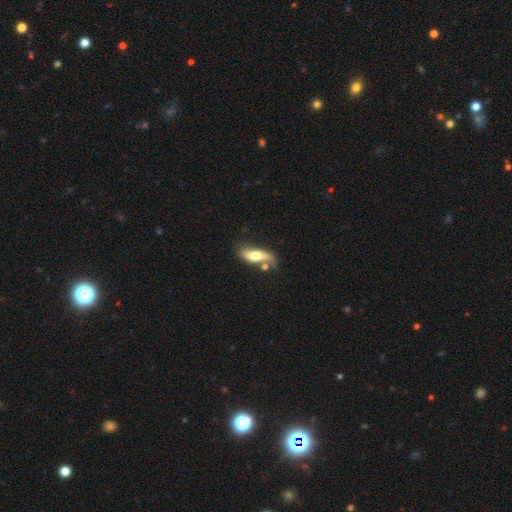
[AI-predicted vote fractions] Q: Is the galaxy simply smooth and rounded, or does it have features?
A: smooth — 55%.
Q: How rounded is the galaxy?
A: in between — 67%.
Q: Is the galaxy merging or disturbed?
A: none — 44%.